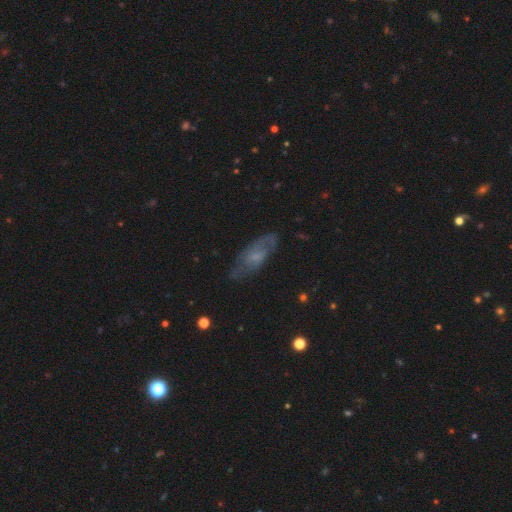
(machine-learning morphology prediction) Q: Smooth or featured?
A: featured or disk (55%); runner-up: smooth (36%)
Q: Edge-on disk?
A: no (81%); runner-up: yes (19%)
Q: Merging?
A: none (70%); runner-up: minor disturbance (20%)